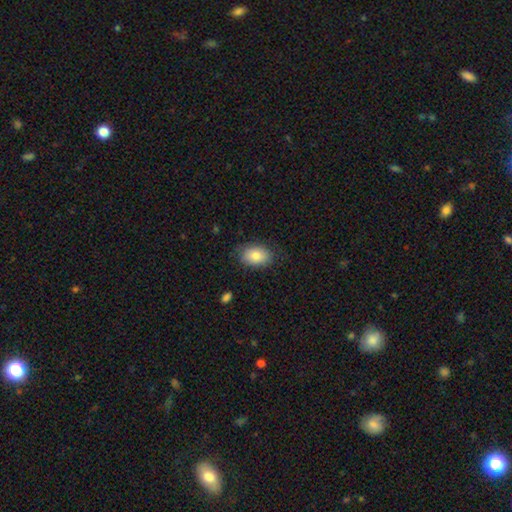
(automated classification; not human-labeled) Smooth or featured?
  - smooth: 82% *
  - featured or disk: 10%
  - star or artifact: 7%
How rounded?
  - in between: 84% *
  - round: 15%
  - cigar-shaped: 1%
Merging?
  - none: 80% *
  - minor disturbance: 15%
  - major disturbance: 4%
  - merger: 1%